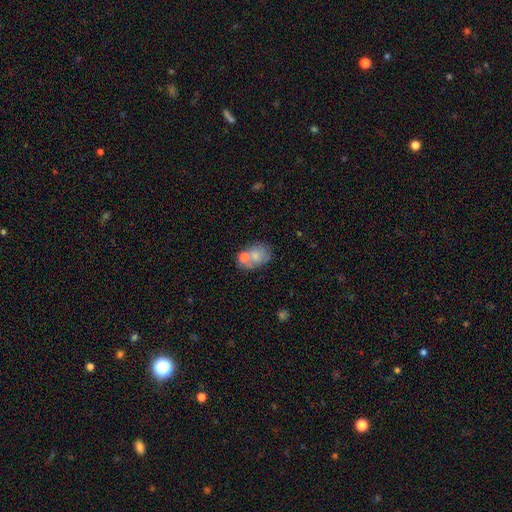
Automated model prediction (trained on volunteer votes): smooth_or_featured: smooth (p=0.66) [alt: featured or disk p=0.24]
how_rounded: in between (p=0.70) [alt: round p=0.29]
merging: none (p=0.43) [alt: merger p=0.33]